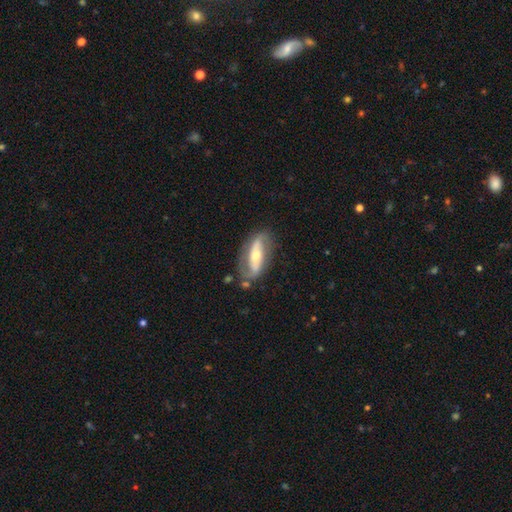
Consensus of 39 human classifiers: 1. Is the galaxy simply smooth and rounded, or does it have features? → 69% featured or disk, 26% smooth, 5% star or artifact.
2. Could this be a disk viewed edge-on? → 85% no, 15% yes.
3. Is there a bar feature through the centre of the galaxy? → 61% strong, 26% no, 13% weak.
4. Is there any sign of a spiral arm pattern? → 74% yes, 26% no.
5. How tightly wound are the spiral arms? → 41% loose, 29% tight, 29% medium.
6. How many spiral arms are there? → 88% 2, 6% 1, 6% can't tell, 0% 3, 0% 4, 0% more than 4.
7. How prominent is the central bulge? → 48% moderate, 43% small, 9% large, 0% dominant, 0% none.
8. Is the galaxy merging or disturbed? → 84% none, 11% minor disturbance, 5% major disturbance, 0% merger.